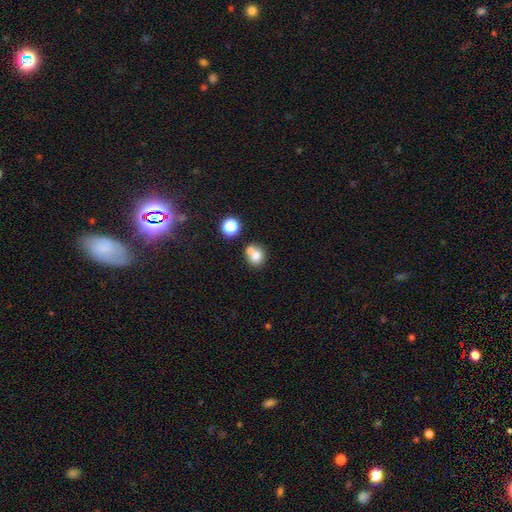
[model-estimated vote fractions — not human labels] This appears to be a smooth galaxy with no disk features (72%) that is round (78%). Merging: none (45%).